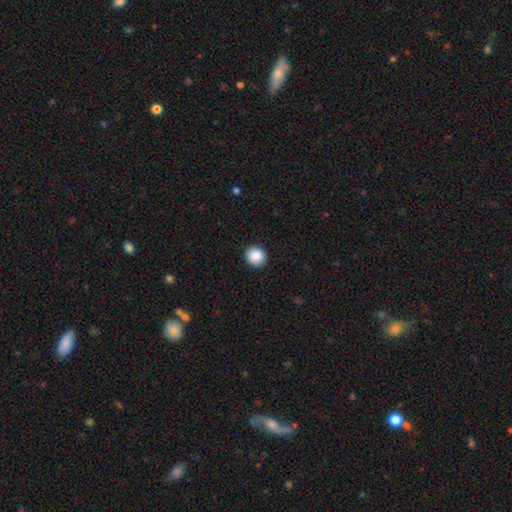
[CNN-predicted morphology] Q: Smooth or featured?
A: smooth (88%); runner-up: star or artifact (8%)
Q: How rounded?
A: round (90%); runner-up: in between (9%)
Q: Merging?
A: none (92%); runner-up: minor disturbance (5%)